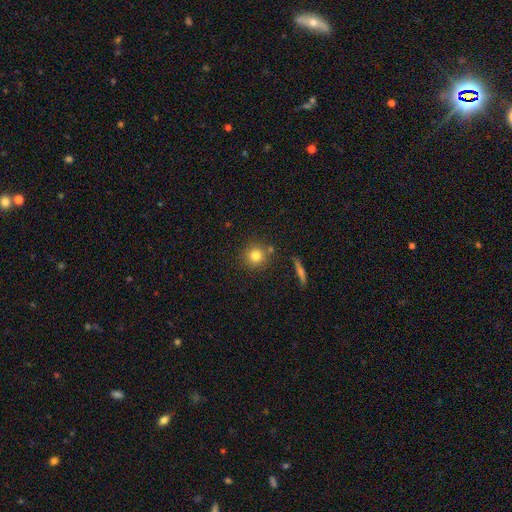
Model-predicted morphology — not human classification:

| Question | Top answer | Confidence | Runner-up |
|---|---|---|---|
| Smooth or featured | smooth | 79% | star or artifact (12%) |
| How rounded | round | 93% | in between (6%) |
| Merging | none | 79% | minor disturbance (9%) |